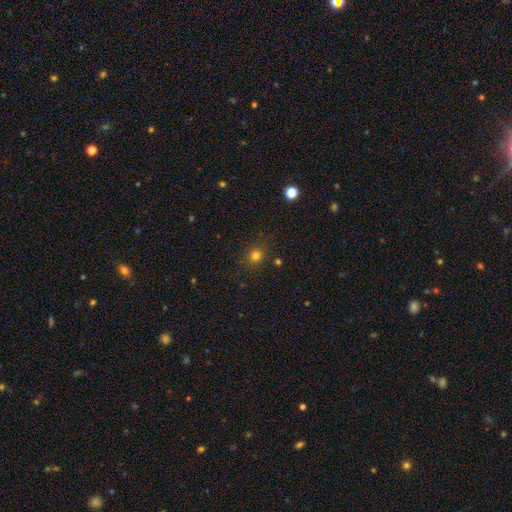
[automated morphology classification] A smooth galaxy with no disk features (78%) that is round (88%). Merging: none (87%).